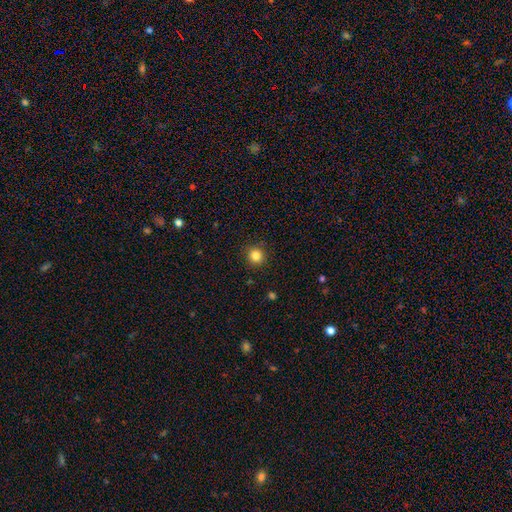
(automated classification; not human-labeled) This is clearly a smooth galaxy (84%). How rounded: clearly round (93%). Merging: clearly none (91%).